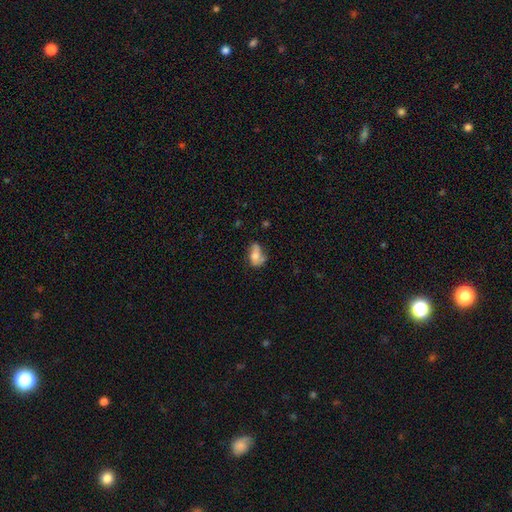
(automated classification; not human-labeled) smooth_or_featured: smooth (p=0.56) [alt: featured or disk p=0.34]
how_rounded: in between (p=0.83) [alt: round p=0.14]
merging: none (p=0.36) [alt: minor disturbance p=0.30]